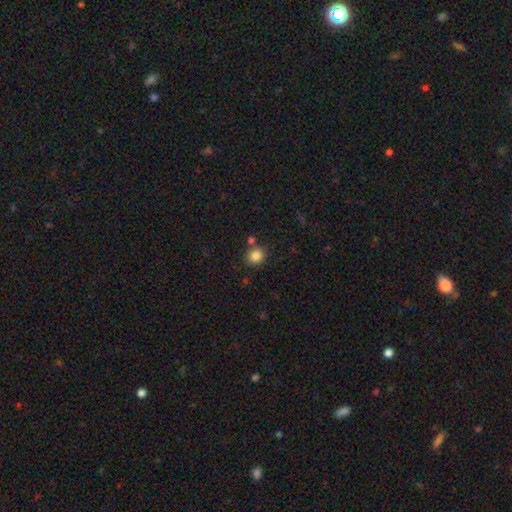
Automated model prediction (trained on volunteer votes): smooth-or-featured: smooth: 85% | star or artifact: 11% | featured or disk: 5%
  how-rounded: round: 82% | in between: 17% | cigar-shaped: 1%
  merging: none: 75% | merger: 12% | minor disturbance: 10% | major disturbance: 3%